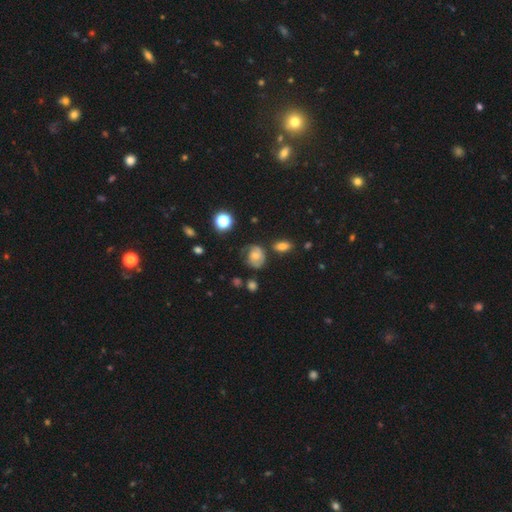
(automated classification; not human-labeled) This appears to be a featured or disk galaxy (45%). Merging: none (52%).